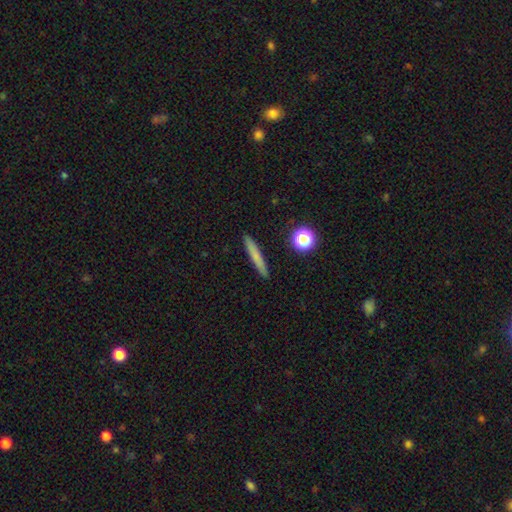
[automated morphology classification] This appears to be a smooth galaxy with no disk features (69%) that is cigar-shaped (93%). Merging: none (91%).